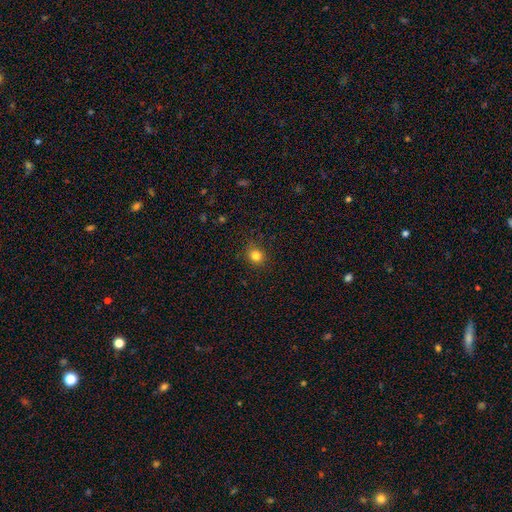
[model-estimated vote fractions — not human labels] smooth_or_featured: smooth (p=0.82) [alt: star or artifact p=0.13]
how_rounded: round (p=0.79) [alt: in between p=0.21]
merging: none (p=0.87) [alt: minor disturbance p=0.09]